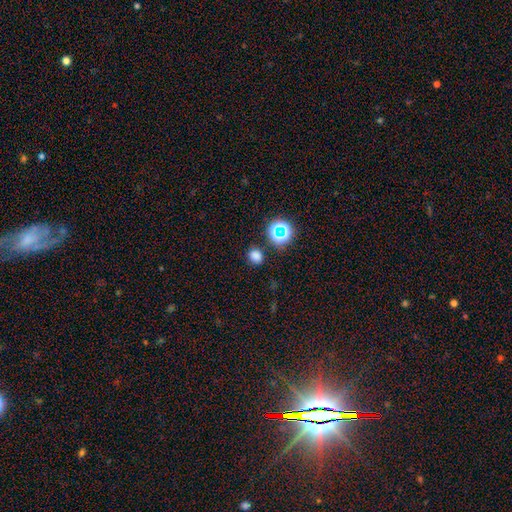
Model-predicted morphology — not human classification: A smooth galaxy with no disk features (74%) that is round (71%). Merging: none (84%).